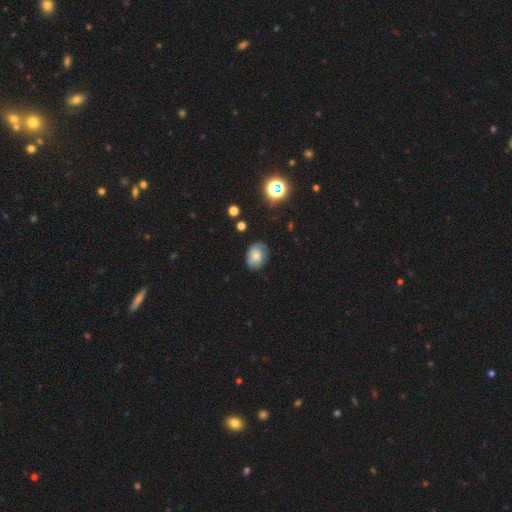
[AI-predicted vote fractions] Smooth or featured? smooth (69%)
How rounded? in between (65%)
Merging? none (73%)